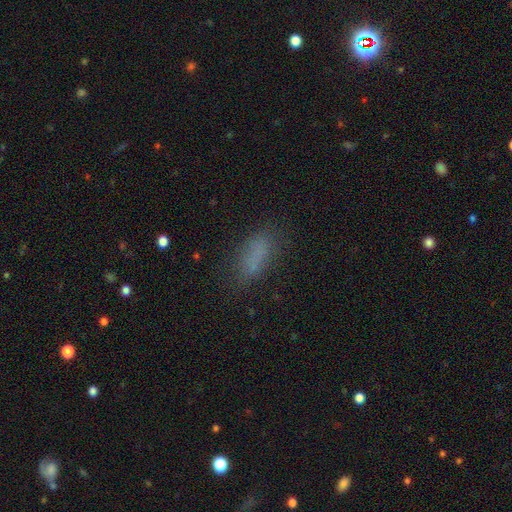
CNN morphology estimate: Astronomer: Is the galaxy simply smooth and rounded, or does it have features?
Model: smooth — 76%.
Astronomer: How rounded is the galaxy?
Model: in between — 71%.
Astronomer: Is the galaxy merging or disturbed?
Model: none — 72%.